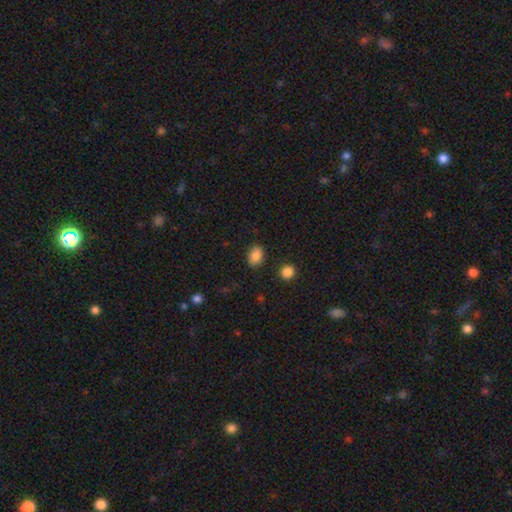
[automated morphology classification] Smooth or featured: smooth — 86% (star or artifact — 9%)
How rounded: in between — 77% (round — 22%)
Merging: none — 86% (minor disturbance — 9%)